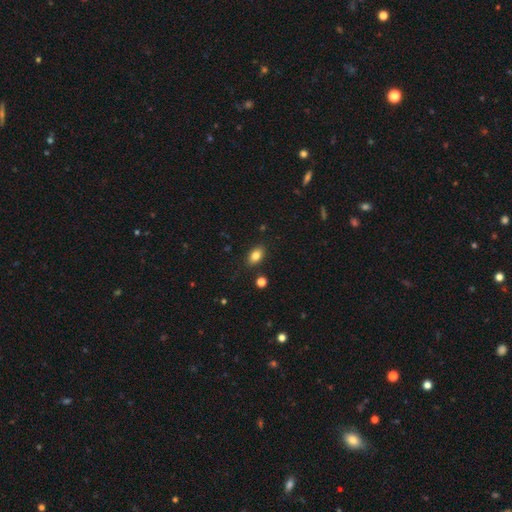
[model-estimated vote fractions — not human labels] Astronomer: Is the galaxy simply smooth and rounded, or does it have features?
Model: smooth — 83%.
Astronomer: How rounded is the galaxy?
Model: in between — 86%.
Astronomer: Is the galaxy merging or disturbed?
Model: none — 85%.